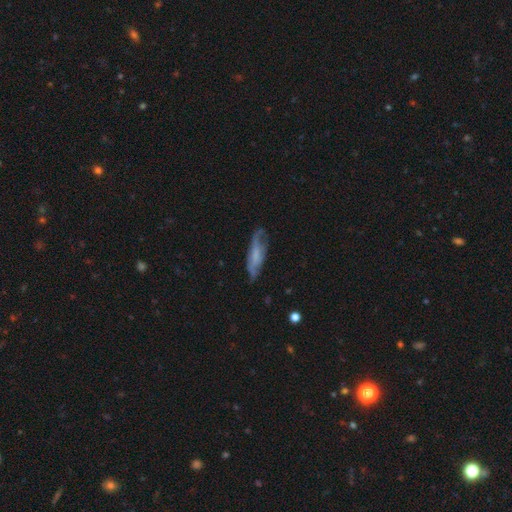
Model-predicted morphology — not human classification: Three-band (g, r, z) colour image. It shows a featured or disk galaxy (52%). Merging: none (58%).